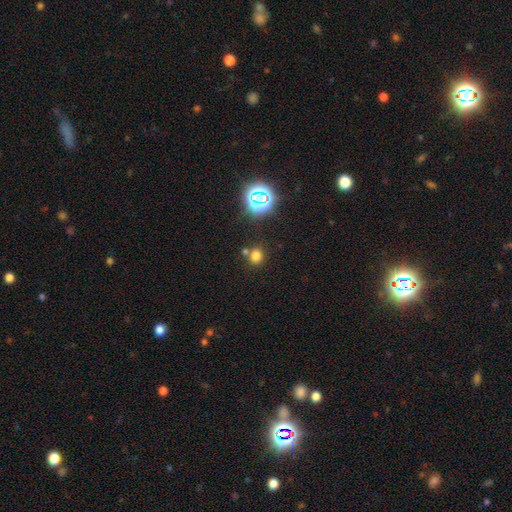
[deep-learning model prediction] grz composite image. It shows a smooth galaxy with no disk features (70%) that is round (74%). Merging: none (67%).